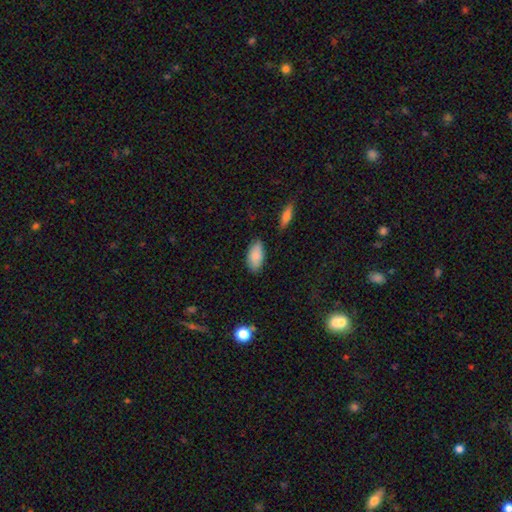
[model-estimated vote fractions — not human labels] The model was most divided on "merging": none: 81%, minor disturbance: 14%, major disturbance: 3%, merger: 2%. More confident: how rounded — in between (93%); smooth or featured — smooth (84%).